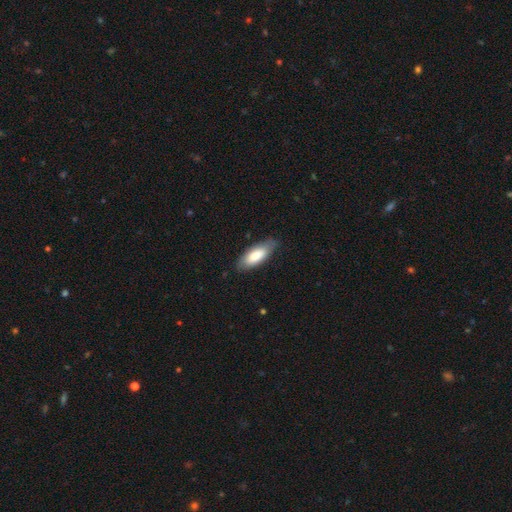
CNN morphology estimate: Overall: smooth (79%). How rounded: in between (76%). Merging: none (79%).